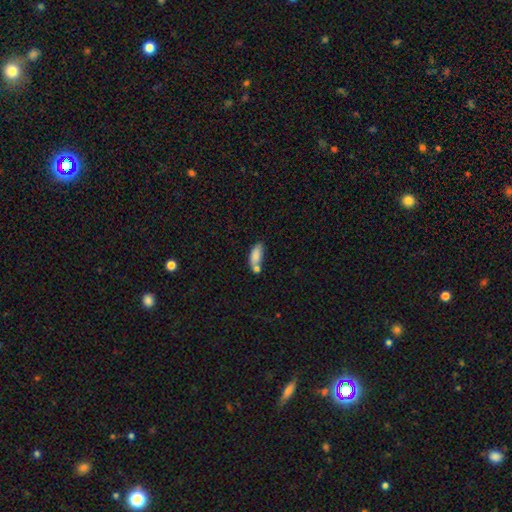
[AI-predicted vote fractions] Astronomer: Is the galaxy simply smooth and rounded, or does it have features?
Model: smooth — 82%.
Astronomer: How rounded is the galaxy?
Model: in between — 82%.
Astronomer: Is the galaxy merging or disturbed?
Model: none — 43% (runner-up: merger, 34%).